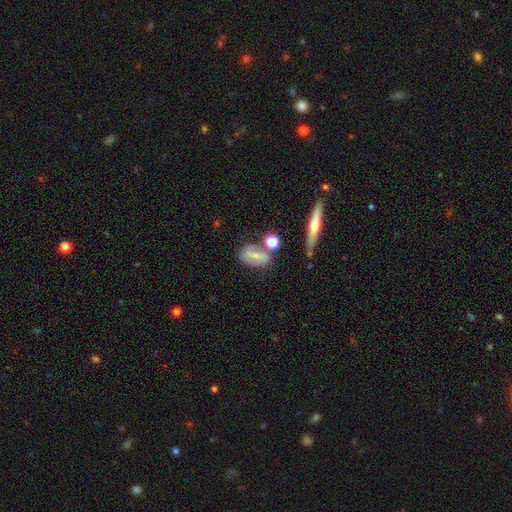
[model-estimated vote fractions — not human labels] Morphology: type=smooth (52%); roundness=in between (75%); merging=none (51%).